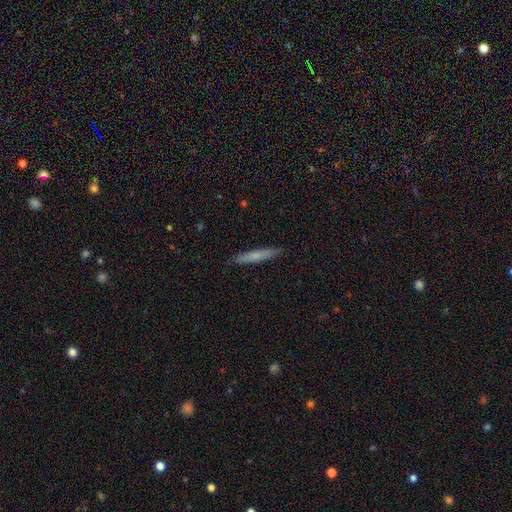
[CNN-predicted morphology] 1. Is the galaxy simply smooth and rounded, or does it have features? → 67% smooth, 27% featured or disk, 6% star or artifact.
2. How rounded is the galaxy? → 95% cigar-shaped, 4% in between, 1% round.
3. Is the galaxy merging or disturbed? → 90% none, 8% minor disturbance, 2% major disturbance, 1% merger.